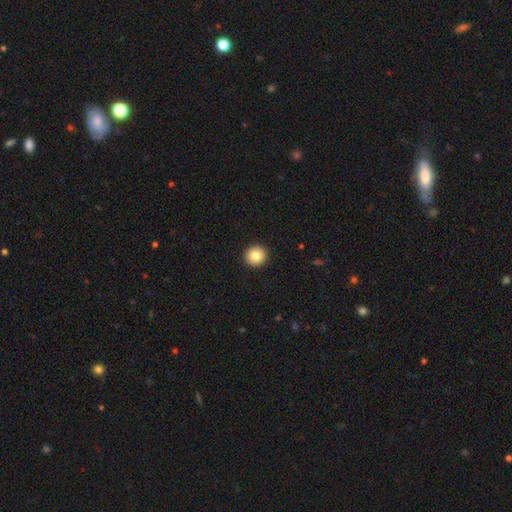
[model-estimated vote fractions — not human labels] A smooth galaxy with no disk features (84%) that is round (94%).

Vote fractions:
- Smooth or featured? smooth: 84% / star or artifact: 9% / featured or disk: 7%
- How rounded? round: 94% / in between: 6% / cigar-shaped: 1%
- Merging? none: 93% / minor disturbance: 4% / major disturbance: 1% / merger: 1%